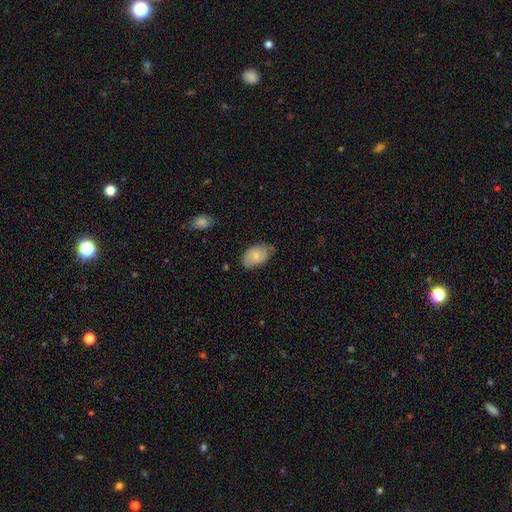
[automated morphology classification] A smooth galaxy with no disk features (73%) that is in between round and cigar-shaped (91%). Merging: none (66%).